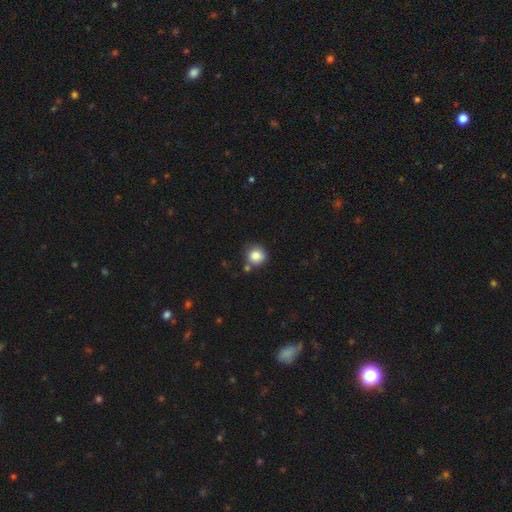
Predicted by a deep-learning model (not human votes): This appears to be a smooth galaxy with no disk features (85%) that is round (92%). Merging: none (73%).